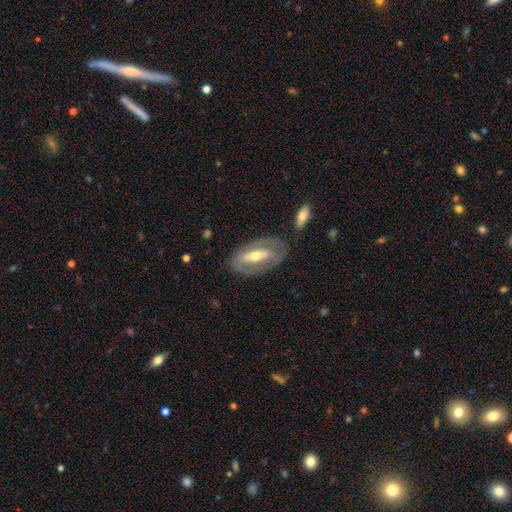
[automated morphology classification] Overall: featured or disk (68%). Edge-on disk: no (85%). Bar: strong (46%; no 28%). Spiral arms: no (58%; yes 42%). Bulge size: moderate (65%). Merging: none (77%).